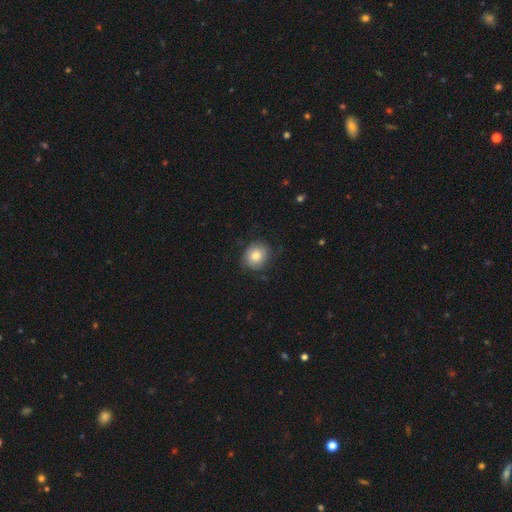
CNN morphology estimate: Smooth or featured? smooth (70%)
How rounded? round (76%)
Merging? none (72%)